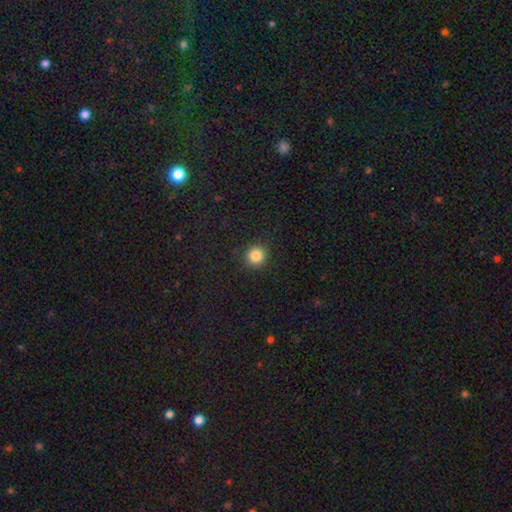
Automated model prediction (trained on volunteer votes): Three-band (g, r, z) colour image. It shows a smooth galaxy with no disk features (85%) that is round (93%). Merging: none (91%).